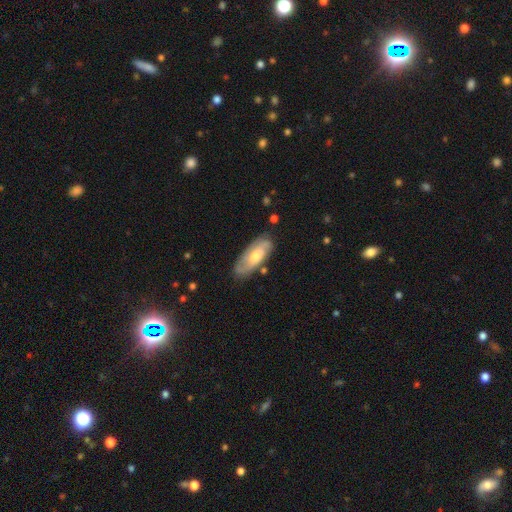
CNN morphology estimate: featured or disk 62%, smooth 32%, star or artifact 6%. Down the decision tree: edge-on disk — no (87%); bar — no (64%); spiral arms — yes (87%); bulge size — moderate (62%); merging — none (77%).